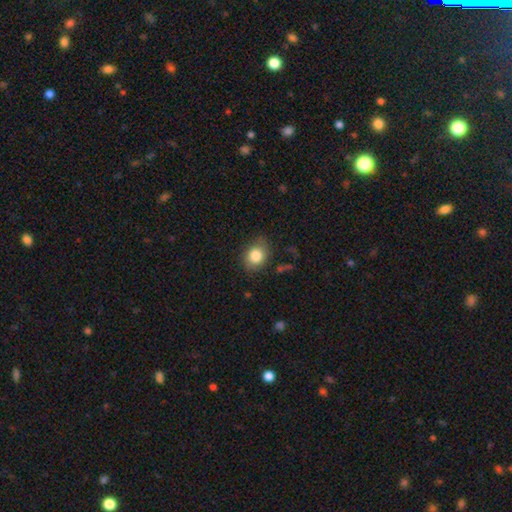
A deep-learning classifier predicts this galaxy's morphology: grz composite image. It shows a smooth galaxy with no disk features (83%) that is round (52%). Merging: none (78%).